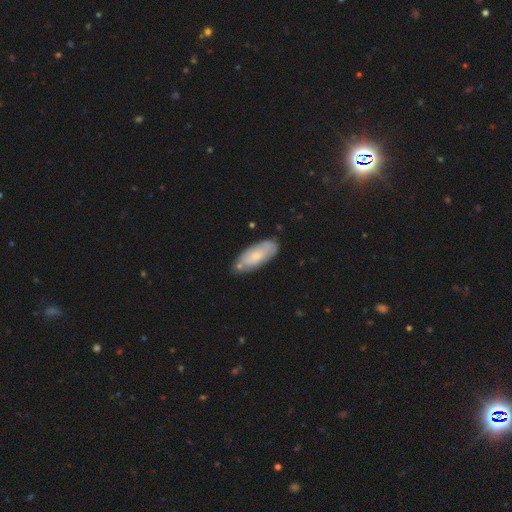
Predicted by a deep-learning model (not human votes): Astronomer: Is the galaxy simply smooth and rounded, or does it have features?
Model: smooth — 57% (runner-up: featured or disk, 37%).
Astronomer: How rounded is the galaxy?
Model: in between — 77%.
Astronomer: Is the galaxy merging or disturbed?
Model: none — 71%.